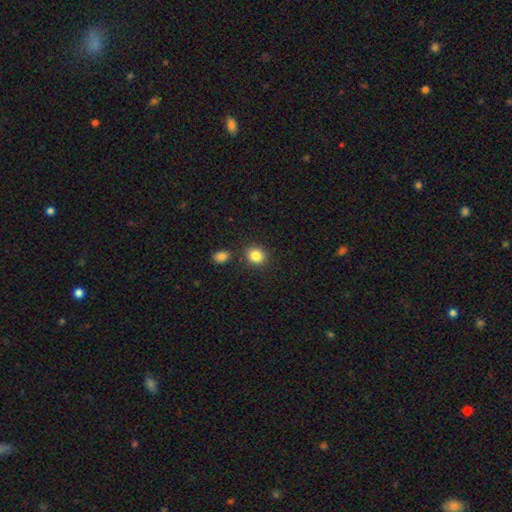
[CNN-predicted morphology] smooth 85%, star or artifact 10%, featured or disk 5%. Down the decision tree: how rounded — round (81%); merging — none (83%).